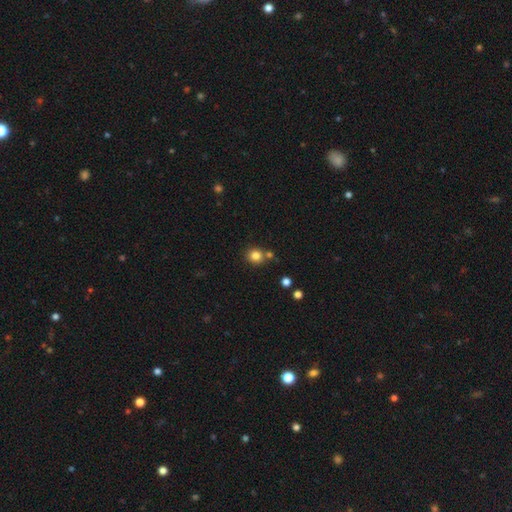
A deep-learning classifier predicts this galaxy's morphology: Q: Smooth or featured?
A: smooth (82%); runner-up: star or artifact (12%)
Q: How rounded?
A: round (86%); runner-up: in between (14%)
Q: Merging?
A: none (74%); runner-up: merger (14%)